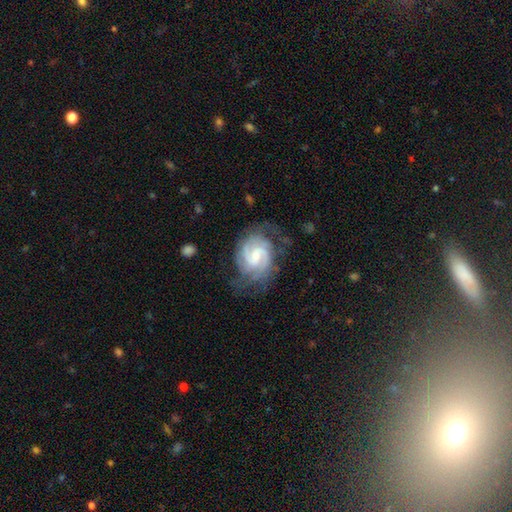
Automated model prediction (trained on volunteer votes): smooth_or_featured: featured or disk (p=0.88) [alt: smooth p=0.07]
disk_edge_on: no (p=0.98) [alt: yes p=0.02]
bar: weak (p=0.58) [alt: no p=0.28]
has_spiral_arms: yes (p=0.98) [alt: no p=0.02]
spiral_winding: tight (p=0.49) [alt: medium p=0.43]
spiral_arm_count: 2 (p=0.72) [alt: 3 p=0.11]
bulge_size: small (p=0.48) [alt: moderate p=0.37]
merging: none (p=0.64) [alt: minor disturbance p=0.22]